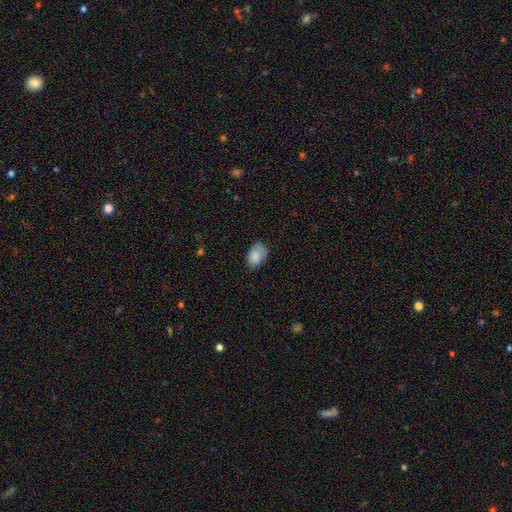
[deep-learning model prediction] smooth 83%, featured or disk 9%, star or artifact 8%. Down the decision tree: how rounded — in between (86%); merging — none (66%).